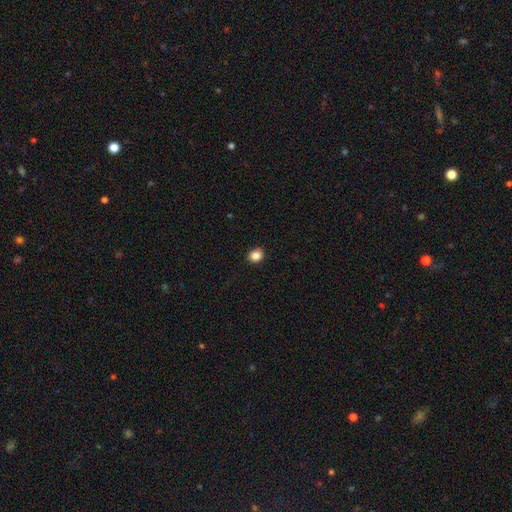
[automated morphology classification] The model was most divided on "how rounded": round: 68%, in between: 31%, cigar-shaped: 1%. More confident: merging — none (90%); smooth or featured — smooth (86%).